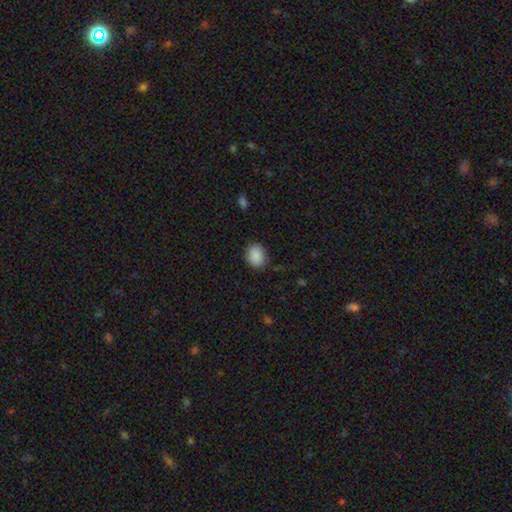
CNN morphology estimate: type=smooth (89%); roundness=in between (51%); merging=none (84%).